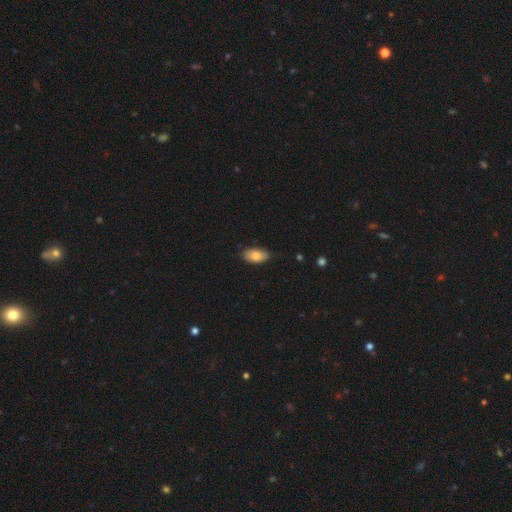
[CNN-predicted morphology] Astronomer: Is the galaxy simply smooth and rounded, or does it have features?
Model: smooth — 81%.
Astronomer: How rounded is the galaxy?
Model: in between — 93%.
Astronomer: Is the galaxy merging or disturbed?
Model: none — 78%.